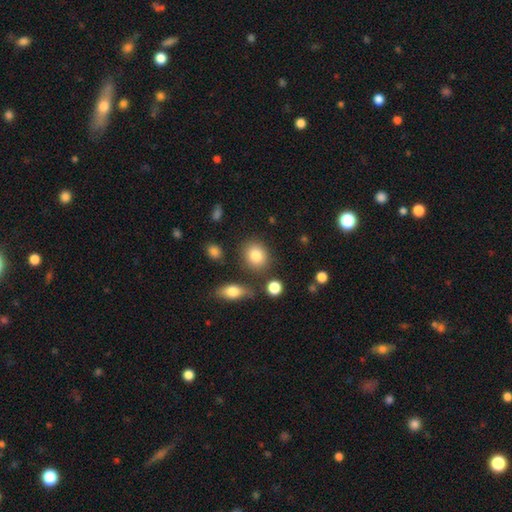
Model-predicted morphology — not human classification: A smooth galaxy with no disk features (84%) that is round (67%). Merging: none (80%).